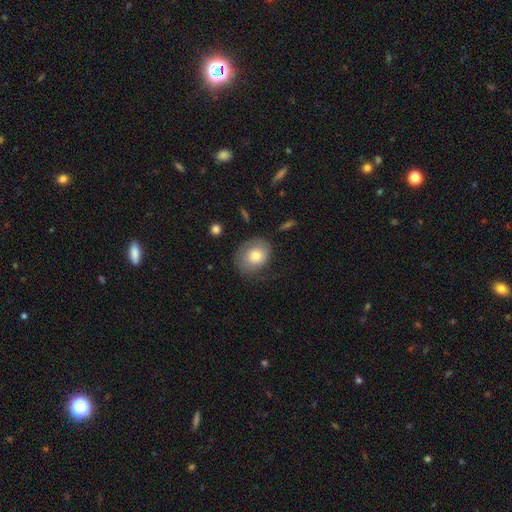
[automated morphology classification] smooth_or_featured: smooth (p=0.68) [alt: featured or disk p=0.25]
how_rounded: round (p=0.57) [alt: in between p=0.42]
merging: none (p=0.59) [alt: minor disturbance p=0.25]